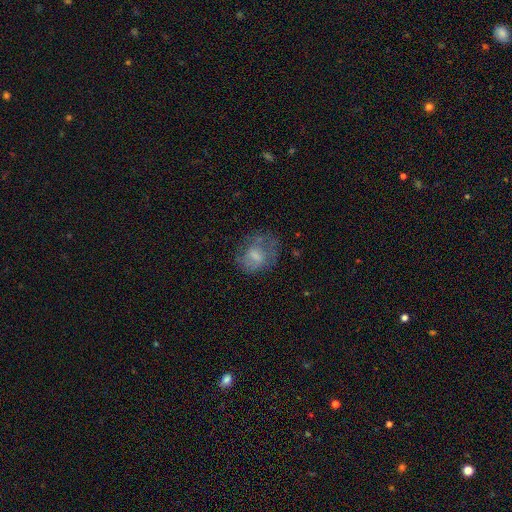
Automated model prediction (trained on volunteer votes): A smooth galaxy with no disk features (51%) that is round (50%). Merging: none (47%).